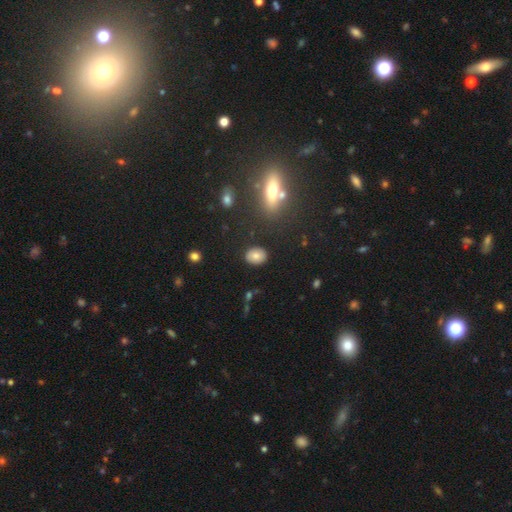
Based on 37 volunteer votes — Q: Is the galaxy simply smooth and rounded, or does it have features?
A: smooth — 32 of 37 (86%).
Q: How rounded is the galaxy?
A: in between — 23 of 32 (72%).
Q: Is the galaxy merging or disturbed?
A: none — 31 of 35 (89%).